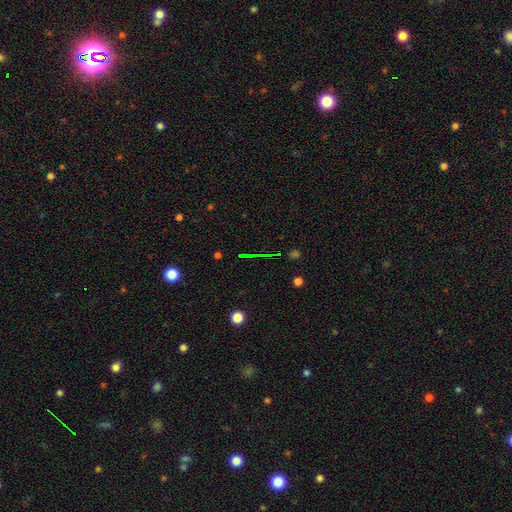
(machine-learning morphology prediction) This is likely a star or artifact rather than a galaxy (64%).